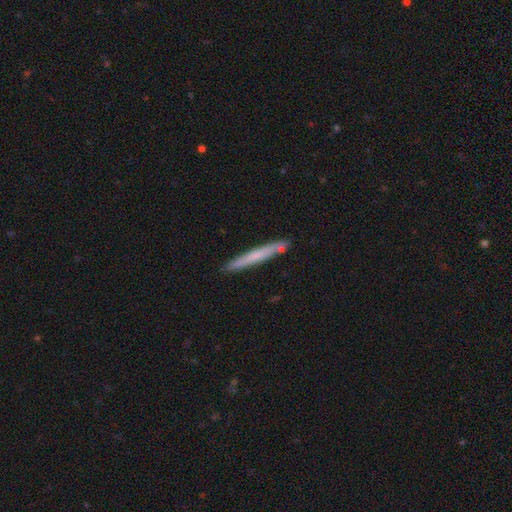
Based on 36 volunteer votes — A smooth galaxy with no disk features (56%) that is cigar-shaped (95%).

Vote fractions:
- Smooth or featured? smooth: 56% / featured or disk: 44% / star or artifact: 0%
- How rounded? cigar-shaped: 95% / in between: 5% / round: 0%
- Merging? none: 86% / minor disturbance: 14% / major disturbance: 0% / merger: 0%